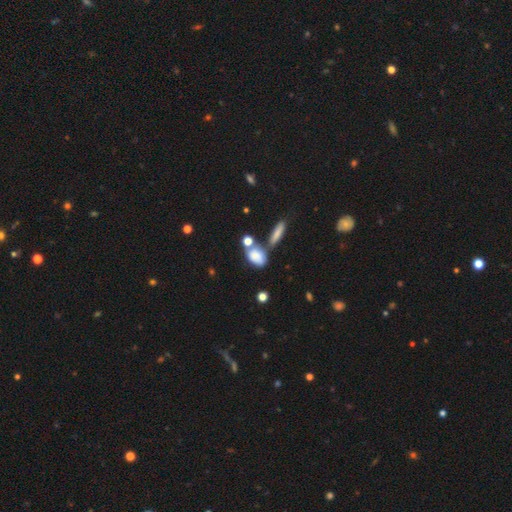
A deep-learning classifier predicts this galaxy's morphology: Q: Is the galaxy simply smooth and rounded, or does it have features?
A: smooth — 74%.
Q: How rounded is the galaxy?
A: in between — 76%.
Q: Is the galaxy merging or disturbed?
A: none — 41%.